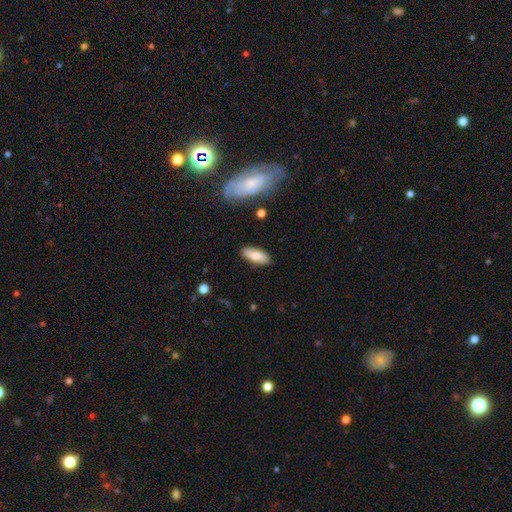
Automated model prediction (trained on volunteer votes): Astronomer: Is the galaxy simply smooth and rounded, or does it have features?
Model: smooth — 76%.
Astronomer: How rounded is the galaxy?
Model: in between — 77%.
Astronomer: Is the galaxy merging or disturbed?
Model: none — 86%.